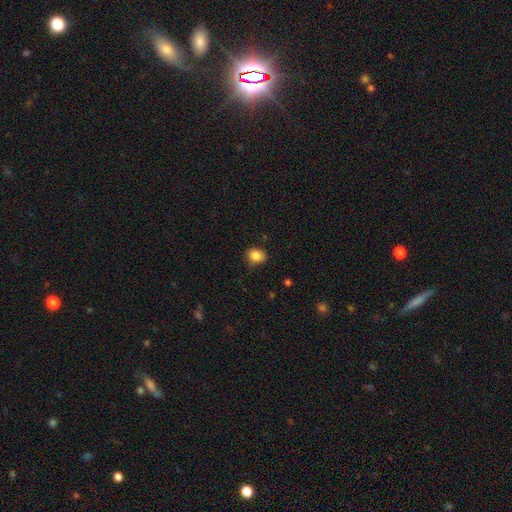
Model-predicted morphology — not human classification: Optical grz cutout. It shows a smooth galaxy with no disk features (87%) that is in between round and cigar-shaped (53%). Merging: none (79%).